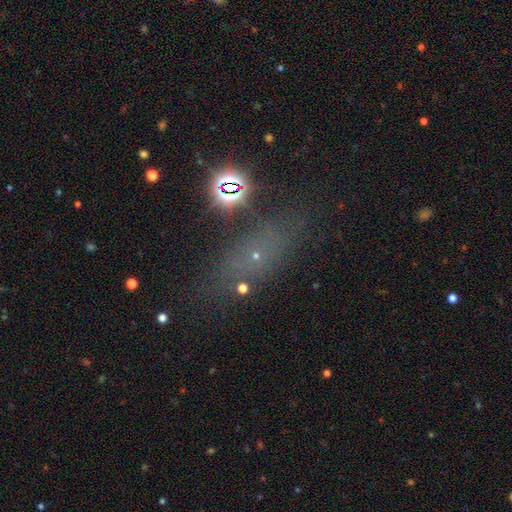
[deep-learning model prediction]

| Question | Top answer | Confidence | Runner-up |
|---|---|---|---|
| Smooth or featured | star or artifact | 40% | smooth (37%) |